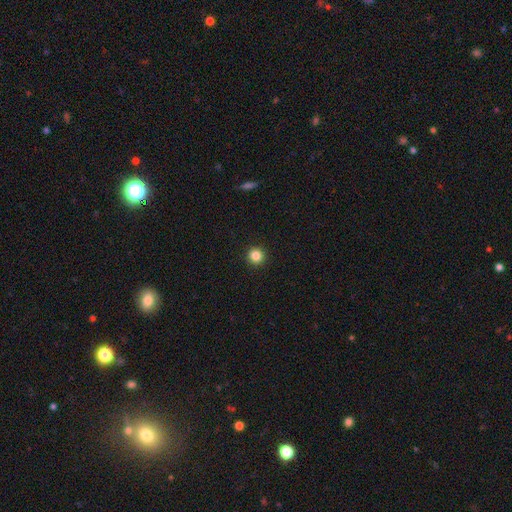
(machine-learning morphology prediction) The model was most divided on "smooth or featured": smooth: 85%, star or artifact: 11%, featured or disk: 4%. More confident: how rounded — round (96%); merging — none (94%).